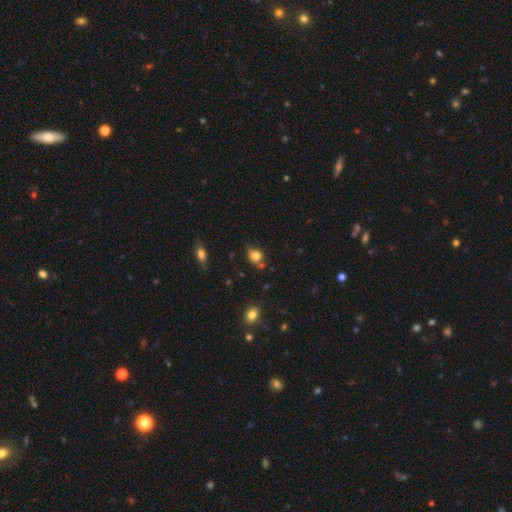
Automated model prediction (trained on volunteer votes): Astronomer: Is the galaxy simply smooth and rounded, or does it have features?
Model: smooth — 76%.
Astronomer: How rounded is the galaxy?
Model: round — 50% (runner-up: in between, 48%).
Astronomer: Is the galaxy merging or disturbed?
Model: none — 51% (runner-up: minor disturbance, 28%).